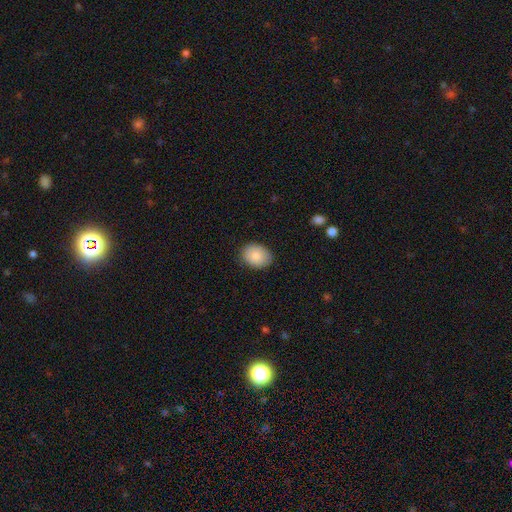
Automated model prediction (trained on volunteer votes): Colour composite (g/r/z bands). It shows a smooth galaxy with no disk features (85%) that is in between round and cigar-shaped (62%). Merging: none (83%).